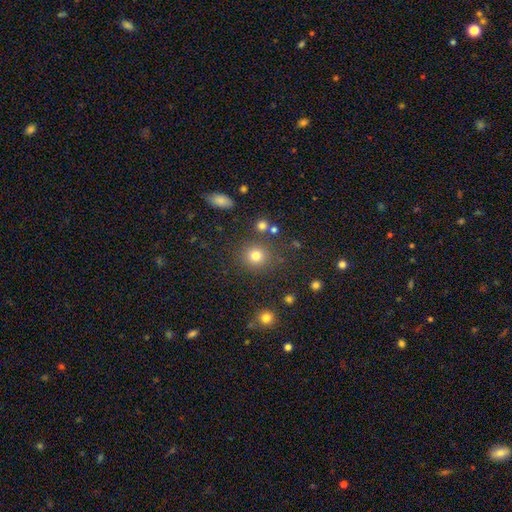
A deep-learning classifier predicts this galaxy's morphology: Smooth or featured: smooth — 79% (star or artifact — 15%)
How rounded: round — 90% (in between — 9%)
Merging: none — 84% (minor disturbance — 8%)